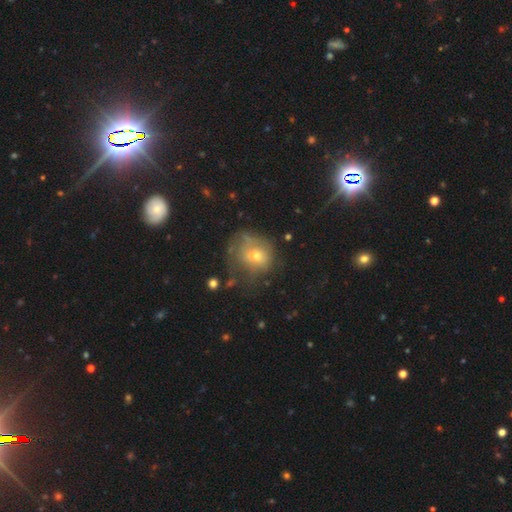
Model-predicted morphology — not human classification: Smooth or featured? smooth (53%)
How rounded? round (74%)
Merging? none (48%)